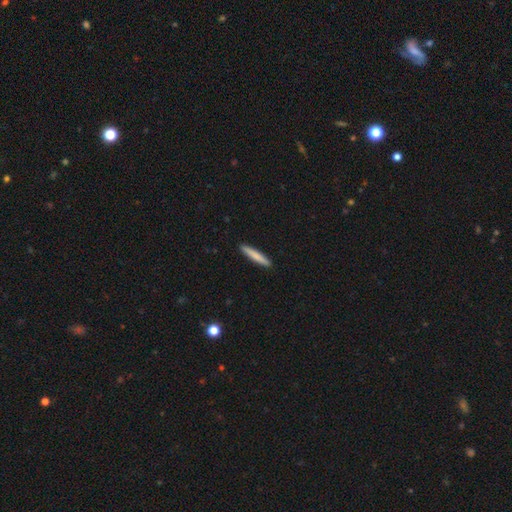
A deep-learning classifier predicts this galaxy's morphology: smooth_or_featured: smooth (p=0.78) [alt: featured or disk p=0.16]
how_rounded: cigar-shaped (p=0.94) [alt: in between p=0.05]
merging: none (p=0.92) [alt: minor disturbance p=0.06]